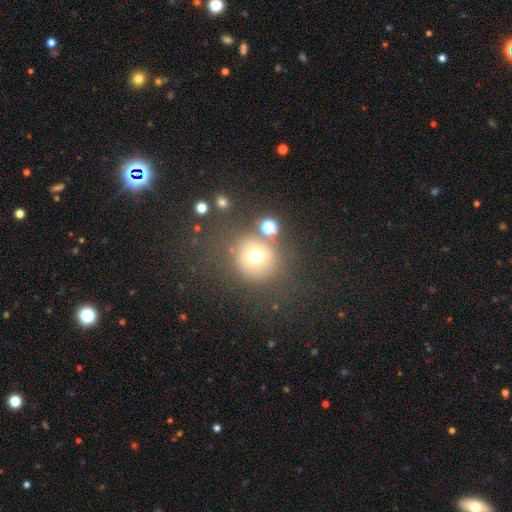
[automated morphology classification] Smooth or featured: smooth — 69% (star or artifact — 19%)
How rounded: round — 92% (in between — 7%)
Merging: none — 72% (merger — 10%)